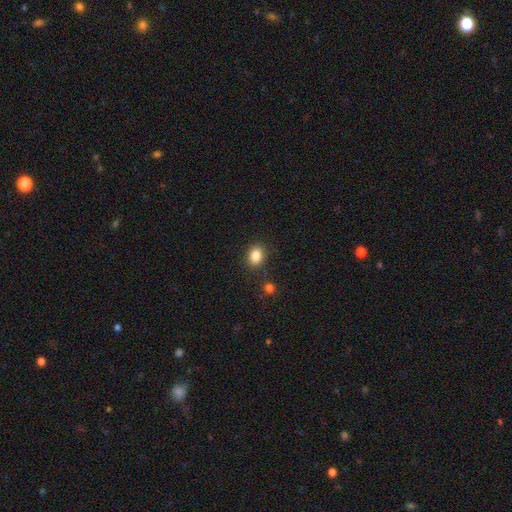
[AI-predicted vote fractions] Morphology: type=smooth (85%); roundness=in between (57%); merging=none (84%).